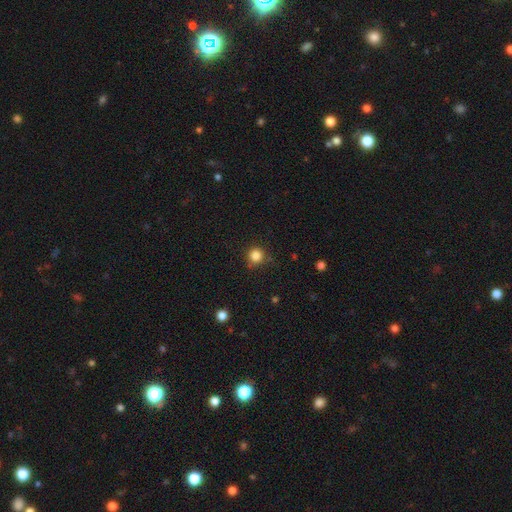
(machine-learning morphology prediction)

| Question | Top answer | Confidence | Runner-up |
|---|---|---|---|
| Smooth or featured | smooth | 84% | star or artifact (12%) |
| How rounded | round | 93% | in between (6%) |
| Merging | none | 84% | minor disturbance (11%) |